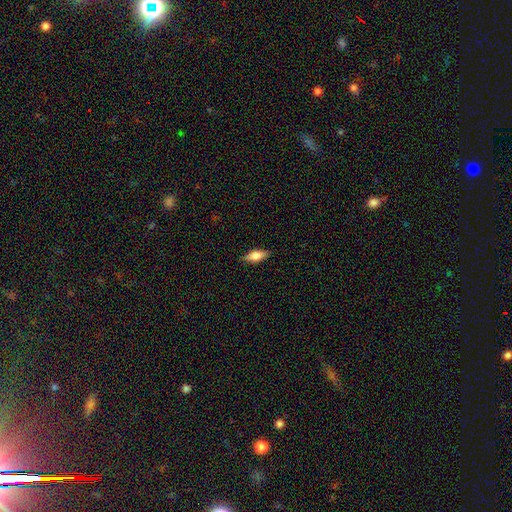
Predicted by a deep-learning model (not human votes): A smooth galaxy with no disk features (66%) that is in between round and cigar-shaped (71%). Merging: none (85%).